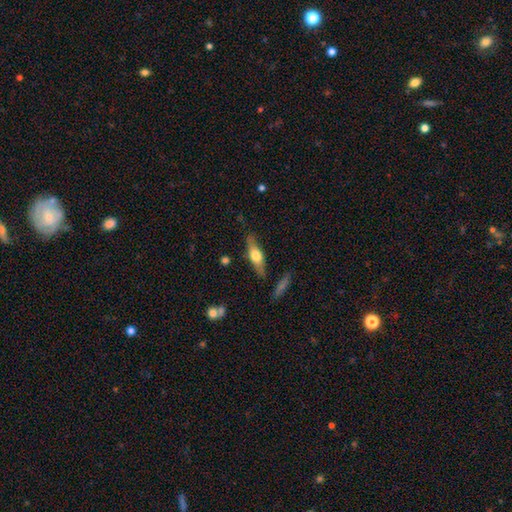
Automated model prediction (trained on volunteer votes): Overall: featured or disk (50%; smooth 44%). Edge-on disk: yes (89%). Merging: none (80%).